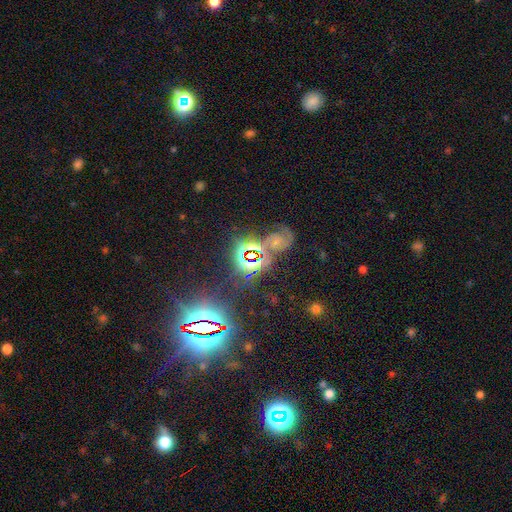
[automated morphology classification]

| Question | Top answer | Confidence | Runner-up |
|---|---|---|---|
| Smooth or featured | star or artifact | 74% | smooth (14%) |